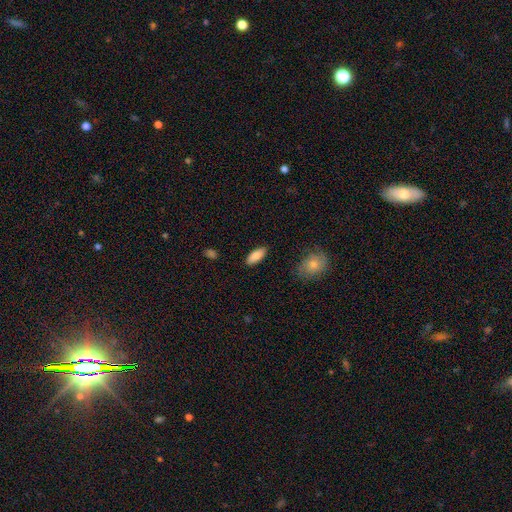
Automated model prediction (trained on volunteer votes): This is clearly a smooth galaxy (86%). How rounded: clearly in between (82%). Merging: clearly none (87%).